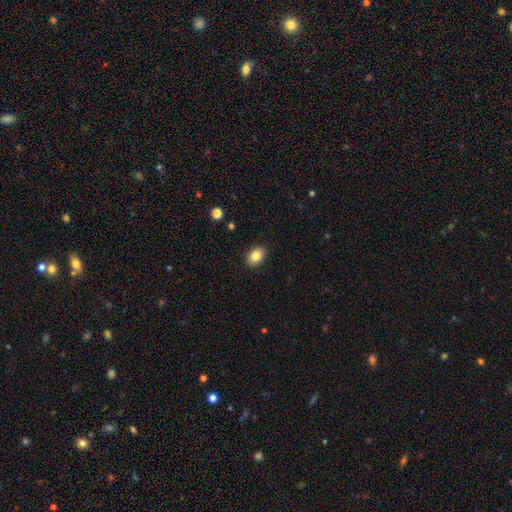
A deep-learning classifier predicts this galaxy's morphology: This is clearly a smooth galaxy (85%). How rounded: clearly in between (81%). Merging: clearly none (90%).